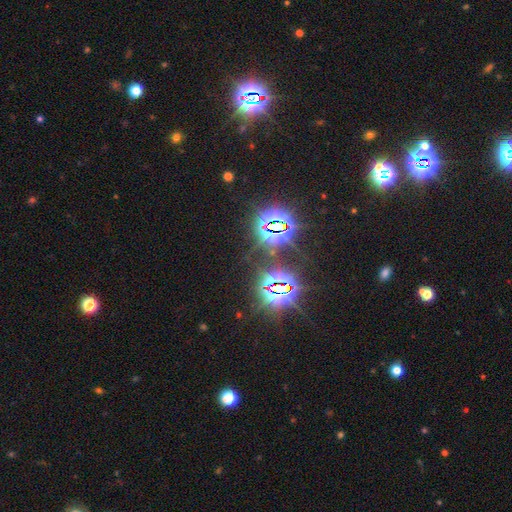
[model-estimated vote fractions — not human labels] A star or artifact, not a galaxy (81%).